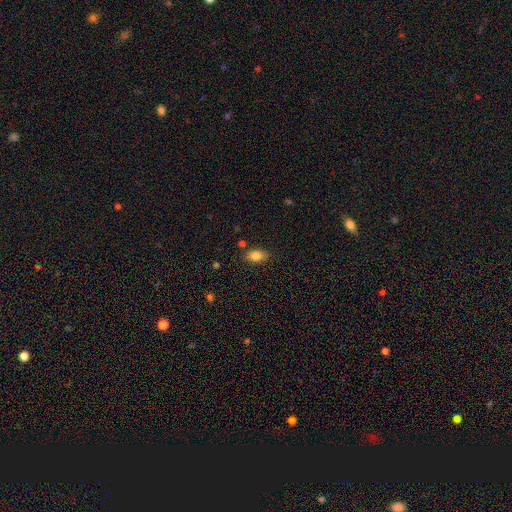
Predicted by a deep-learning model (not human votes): Morphology: type=smooth (82%); roundness=in between (89%); merging=none (82%).